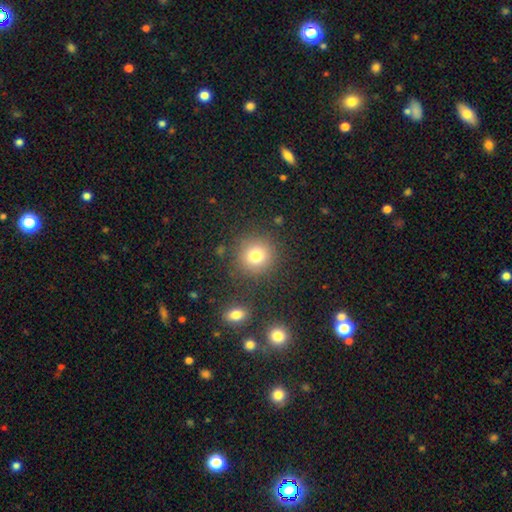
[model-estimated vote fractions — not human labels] Morphology: type=smooth (78%); roundness=round (91%); merging=none (84%).